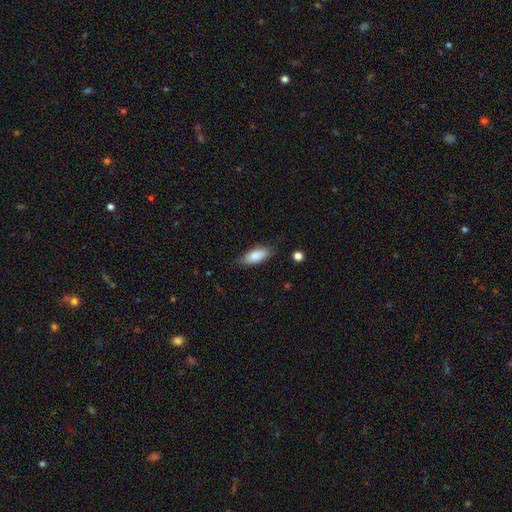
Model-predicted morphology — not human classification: A smooth galaxy with no disk features (81%) that is in between round and cigar-shaped (76%). Merging: none (78%).